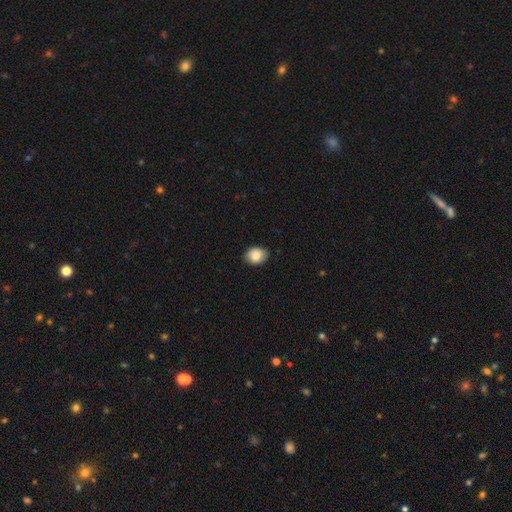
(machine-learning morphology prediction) Smooth or featured? Predicted: smooth (p=0.84). How rounded? Predicted: in between (p=0.66). Merging? Predicted: none (p=0.84).